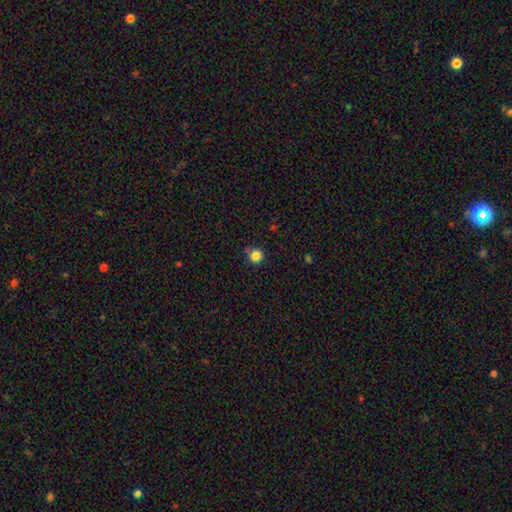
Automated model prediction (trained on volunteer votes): smooth 84%, star or artifact 12%, featured or disk 4%. Down the decision tree: how rounded — round (94%); merging — none (84%).